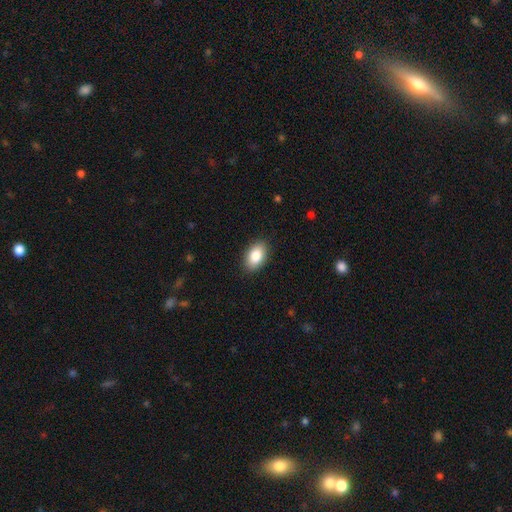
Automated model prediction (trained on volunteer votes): smooth 85%, featured or disk 8%, star or artifact 7%. Down the decision tree: how rounded — in between (92%); merging — none (89%).